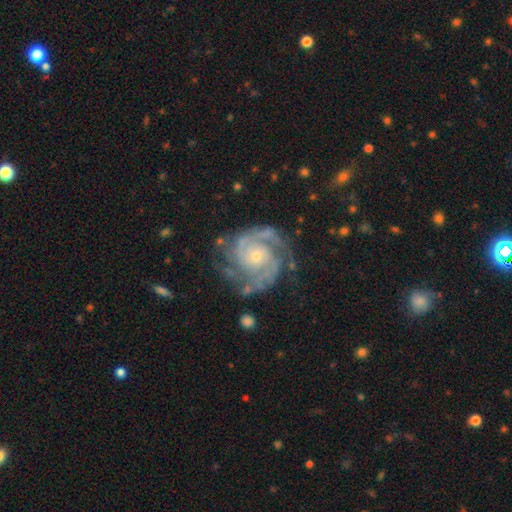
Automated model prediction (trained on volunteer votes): The model was most divided on "spiral winding": tight: 64%, medium: 32%, loose: 4%. More confident: spiral arms — yes (98%); edge-on disk — no (98%); smooth or featured — featured or disk (92%); merging — none (74%); bar — no (71%); bulge size — small (68%); spiral arm count — 2 (62%).